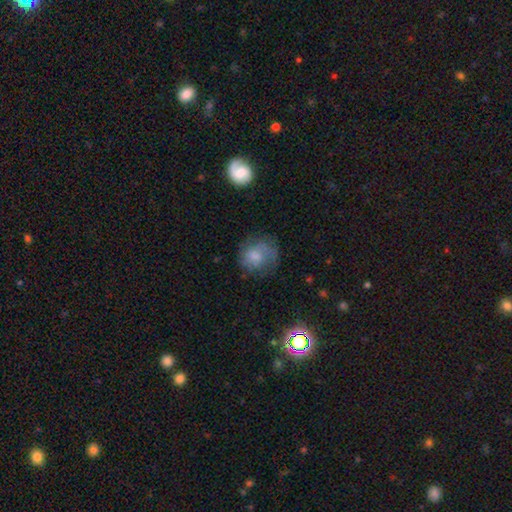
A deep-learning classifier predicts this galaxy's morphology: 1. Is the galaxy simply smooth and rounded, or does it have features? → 65% smooth, 25% featured or disk, 10% star or artifact.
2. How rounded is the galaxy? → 74% round, 25% in between, 1% cigar-shaped.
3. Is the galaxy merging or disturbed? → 57% none, 25% minor disturbance, 17% major disturbance, 2% merger.